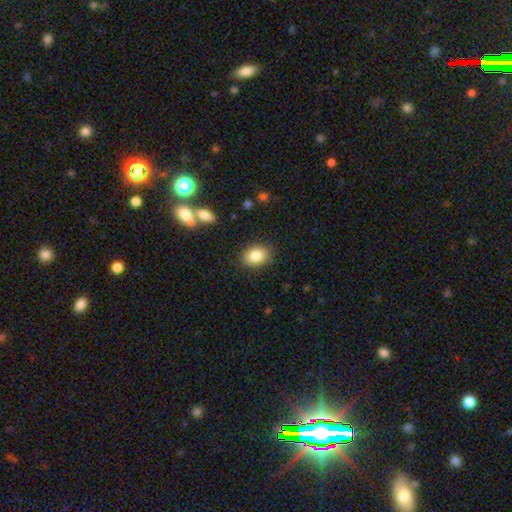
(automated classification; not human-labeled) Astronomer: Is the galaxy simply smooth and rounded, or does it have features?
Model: smooth — 85%.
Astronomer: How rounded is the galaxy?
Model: in between — 73%.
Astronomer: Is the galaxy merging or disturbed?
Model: none — 84%.